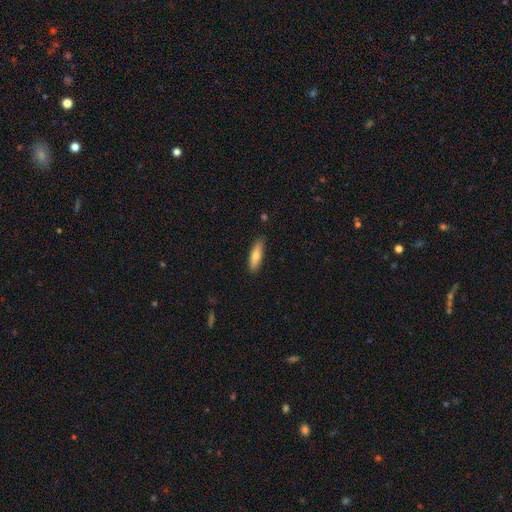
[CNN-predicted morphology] Smooth or featured?
  - smooth: 72% *
  - featured or disk: 22%
  - star or artifact: 6%
How rounded?
  - cigar-shaped: 62% *
  - in between: 36%
  - round: 2%
Merging?
  - none: 88% *
  - minor disturbance: 10%
  - major disturbance: 2%
  - merger: 1%